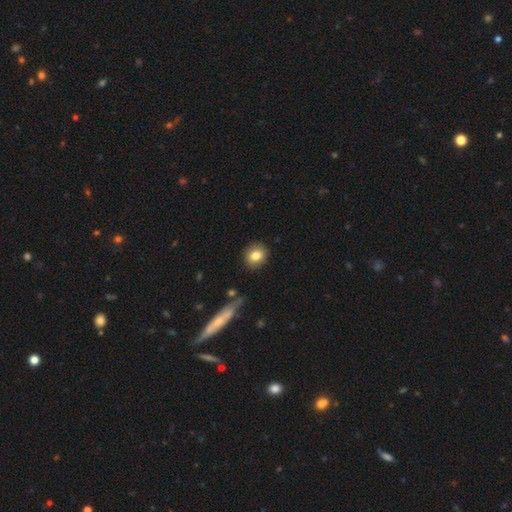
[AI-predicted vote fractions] Smooth or featured: smooth — 83% (star or artifact — 9%)
How rounded: round — 70% (in between — 28%)
Merging: none — 87% (minor disturbance — 9%)